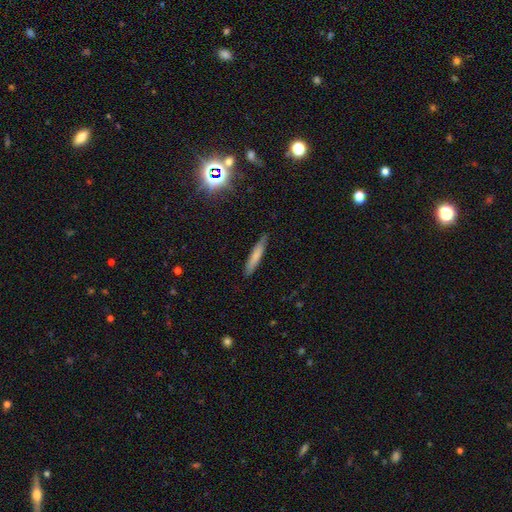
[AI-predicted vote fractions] smooth 72%, featured or disk 21%, star or artifact 7%. Down the decision tree: how rounded — cigar-shaped (92%); merging — none (85%).